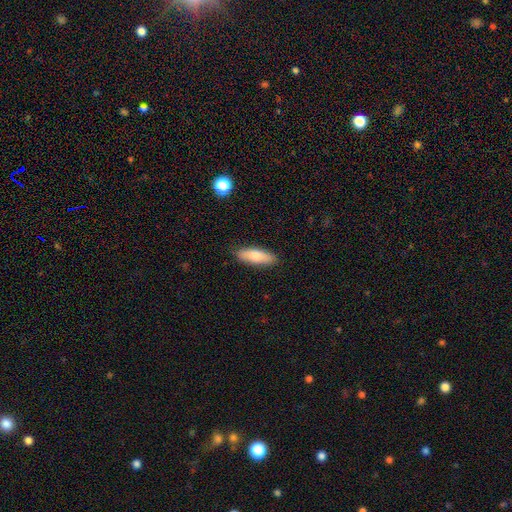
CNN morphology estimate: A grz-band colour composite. It shows a smooth galaxy with no disk features (73%) that is in between round and cigar-shaped (51%). Merging: none (87%).